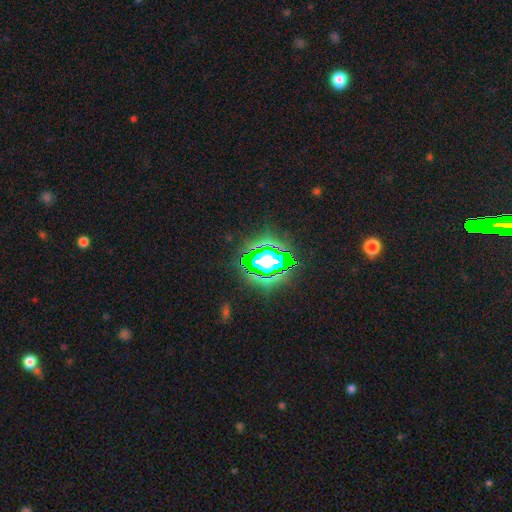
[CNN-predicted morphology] star or artifact 57%, smooth 22%, featured or disk 21%.